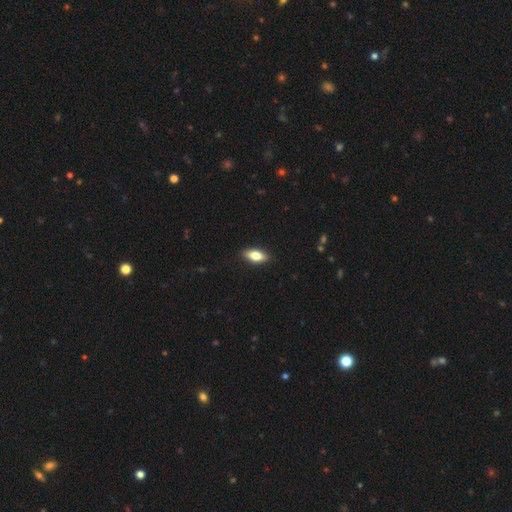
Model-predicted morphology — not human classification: A smooth galaxy with no disk features (71%) that is in between round and cigar-shaped (78%).

Vote fractions:
- Smooth or featured? smooth: 71% / featured or disk: 23% / star or artifact: 7%
- How rounded? in between: 78% / cigar-shaped: 18% / round: 4%
- Merging? none: 88% / minor disturbance: 9% / major disturbance: 2% / merger: 1%